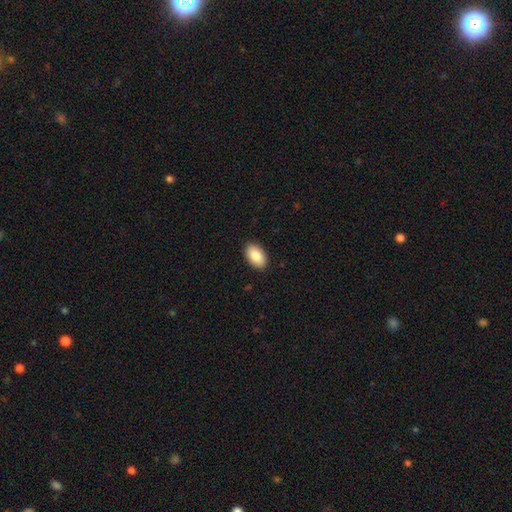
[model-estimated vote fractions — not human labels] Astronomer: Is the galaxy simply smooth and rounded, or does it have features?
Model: smooth — 86%.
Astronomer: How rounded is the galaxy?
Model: in between — 94%.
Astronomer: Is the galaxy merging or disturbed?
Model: none — 90%.